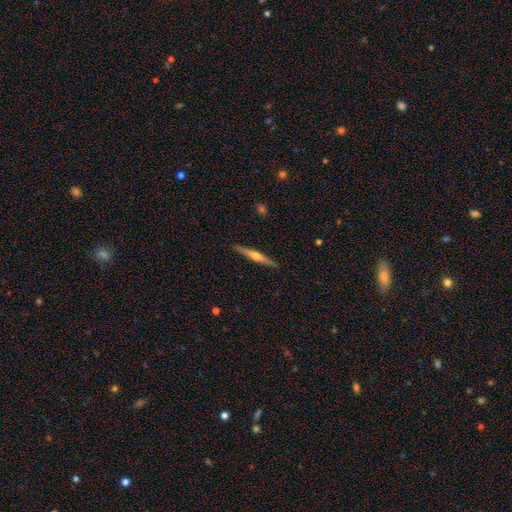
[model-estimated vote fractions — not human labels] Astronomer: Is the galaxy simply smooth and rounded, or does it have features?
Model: featured or disk — 70%.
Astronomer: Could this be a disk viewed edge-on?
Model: yes — 98%.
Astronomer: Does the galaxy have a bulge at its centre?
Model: rounded — 90%.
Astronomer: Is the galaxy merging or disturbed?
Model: none — 91%.